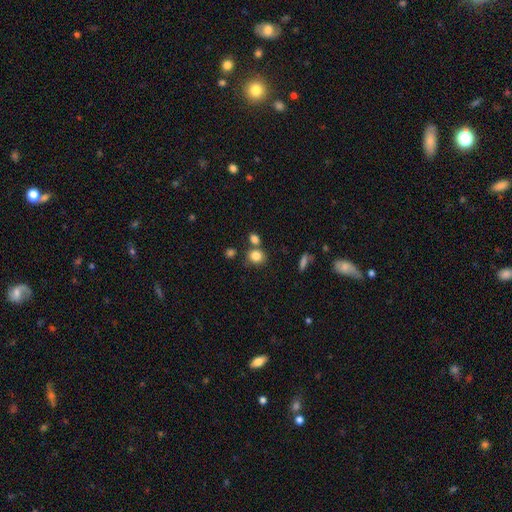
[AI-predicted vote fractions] Smooth or featured: smooth — 83% (star or artifact — 11%)
How rounded: round — 70% (in between — 28%)
Merging: none — 64% (merger — 21%)